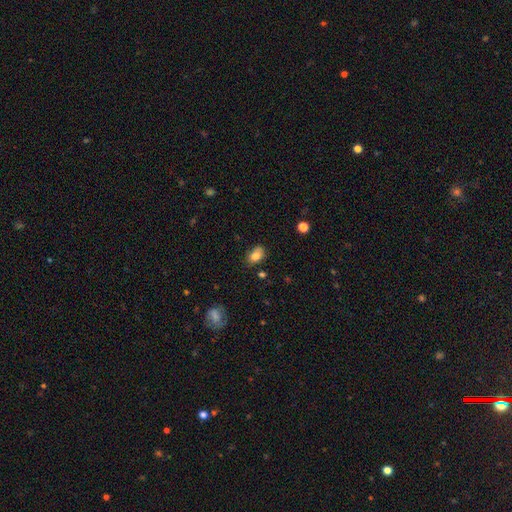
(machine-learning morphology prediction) Q: Smooth or featured?
A: smooth (82%); runner-up: star or artifact (9%)
Q: How rounded?
A: in between (83%); runner-up: round (16%)
Q: Merging?
A: none (69%); runner-up: minor disturbance (22%)